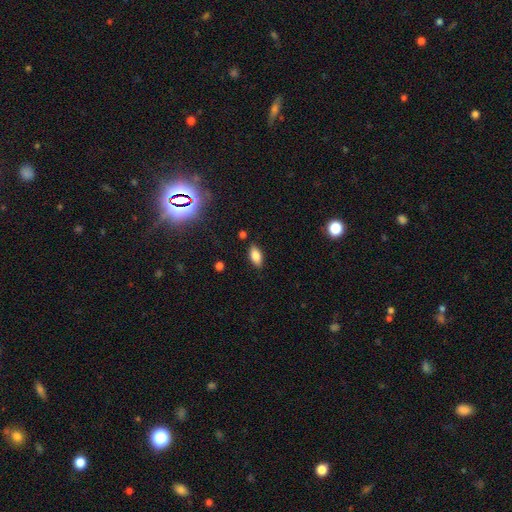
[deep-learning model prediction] Smooth or featured: smooth — 80% (featured or disk — 11%)
How rounded: in between — 88% (cigar-shaped — 9%)
Merging: none — 84% (minor disturbance — 12%)